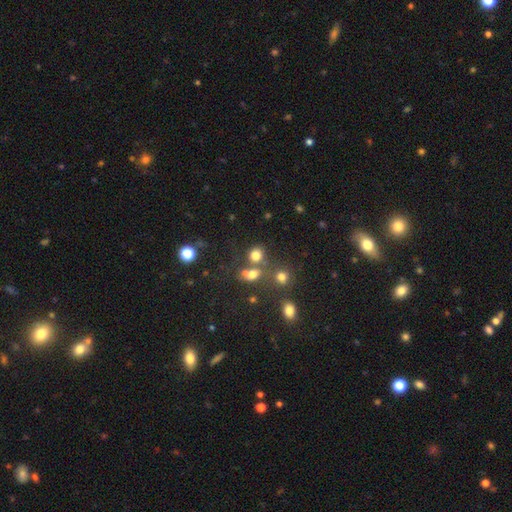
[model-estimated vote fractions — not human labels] Smooth or featured? smooth (74%)
How rounded? round (74%)
Merging? none (58%)